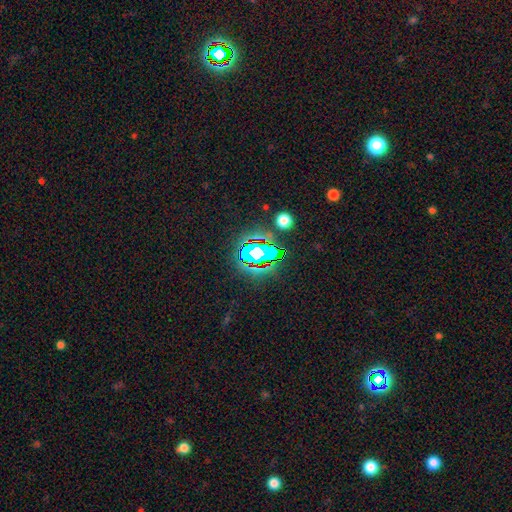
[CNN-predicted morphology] Smooth or featured? Predicted: star or artifact (p=0.69).